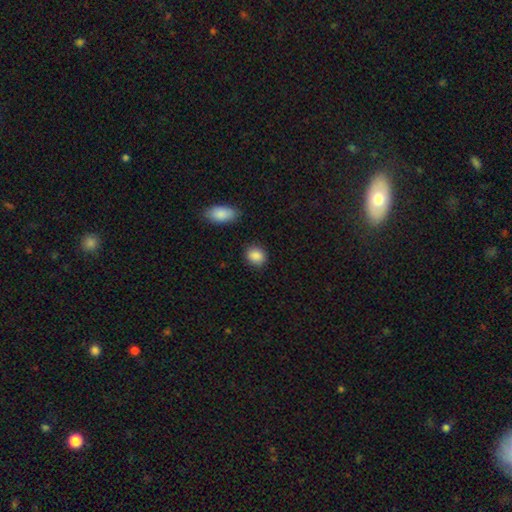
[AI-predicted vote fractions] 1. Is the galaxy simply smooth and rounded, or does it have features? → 89% smooth, 8% star or artifact, 3% featured or disk.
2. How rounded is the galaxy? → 62% round, 37% in between, 1% cigar-shaped.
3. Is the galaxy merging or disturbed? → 86% none, 9% minor disturbance, 2% major disturbance, 2% merger.